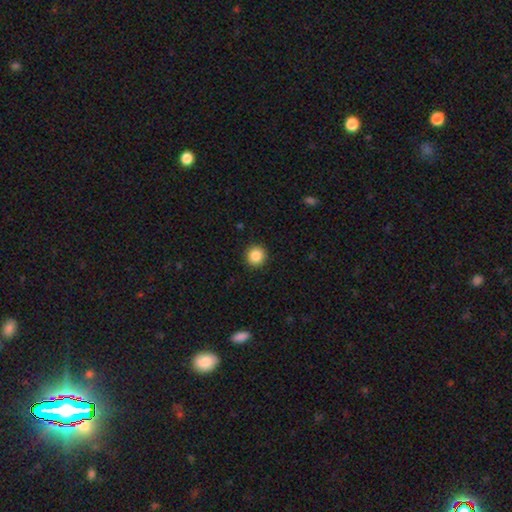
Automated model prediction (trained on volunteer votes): smooth 87%, star or artifact 9%, featured or disk 4%. Down the decision tree: how rounded — round (95%); merging — none (93%).